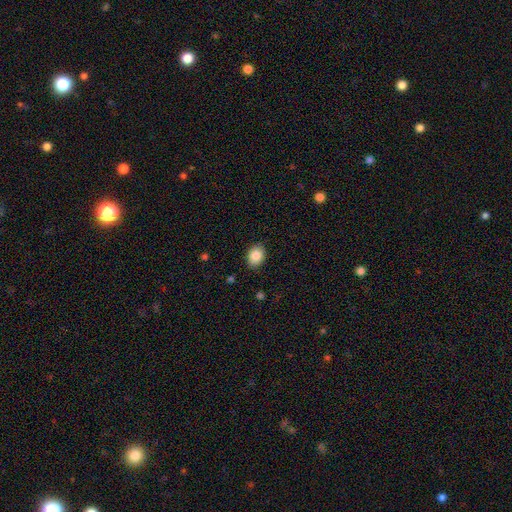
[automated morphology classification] This appears to be a smooth galaxy with no disk features (87%) that is in between round and cigar-shaped (64%). Merging: none (87%).